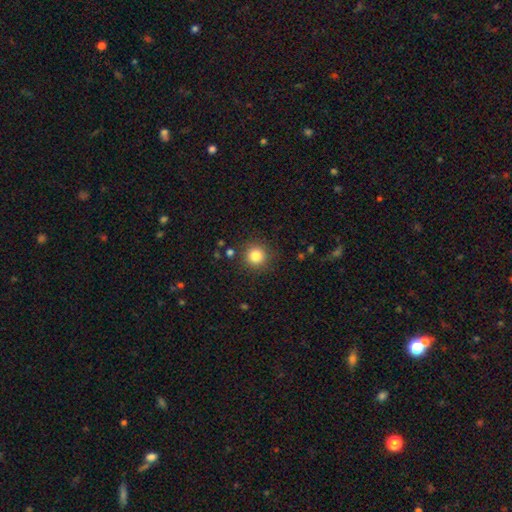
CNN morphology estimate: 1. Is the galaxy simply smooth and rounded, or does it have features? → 83% smooth, 12% star or artifact, 6% featured or disk.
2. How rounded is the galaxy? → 94% round, 5% in between, 1% cigar-shaped.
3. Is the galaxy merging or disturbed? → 88% none, 7% minor disturbance, 3% major disturbance, 2% merger.